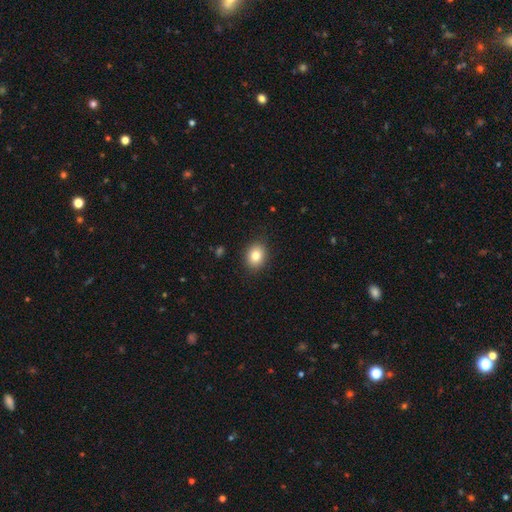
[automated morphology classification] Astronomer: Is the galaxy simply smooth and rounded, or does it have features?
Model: smooth — 83%.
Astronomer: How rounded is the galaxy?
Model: in between — 53% (runner-up: round, 46%).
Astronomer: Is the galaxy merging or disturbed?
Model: none — 88%.